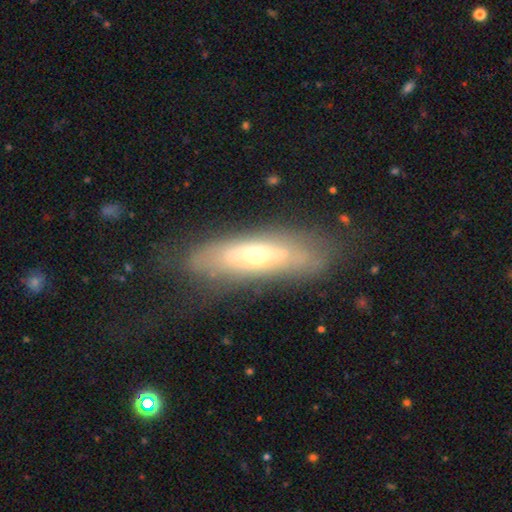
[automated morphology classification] This appears to be a featured or disk galaxy (58%). Merging: none (67%).